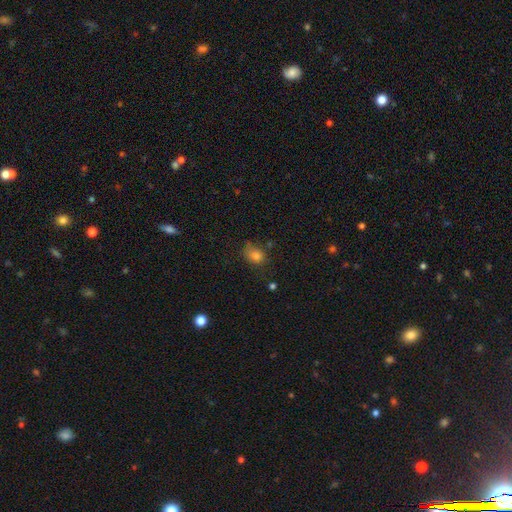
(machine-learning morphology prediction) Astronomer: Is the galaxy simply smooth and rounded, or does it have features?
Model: smooth — 77%.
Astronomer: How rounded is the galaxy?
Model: round — 55% (runner-up: in between, 43%).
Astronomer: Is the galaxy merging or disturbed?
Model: none — 60%.